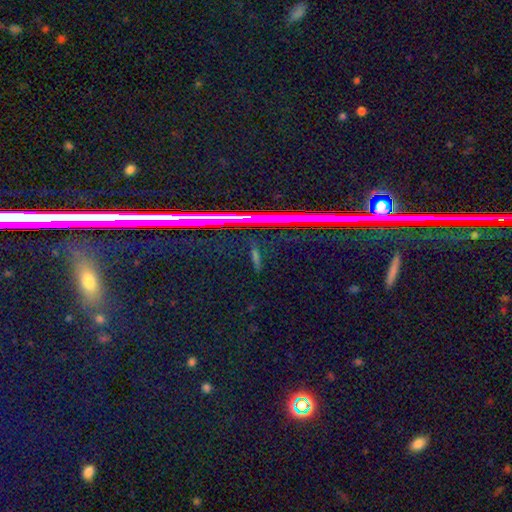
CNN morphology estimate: Smooth or featured? Predicted: star or artifact (p=0.71).